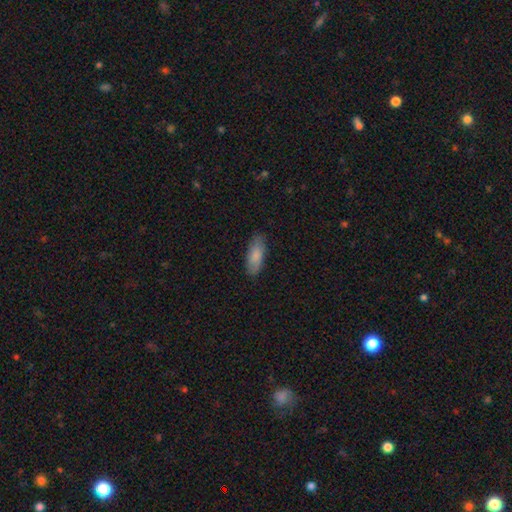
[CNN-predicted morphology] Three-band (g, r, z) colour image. It shows a smooth galaxy with no disk features (83%) that is in between round and cigar-shaped (72%). Merging: none (84%).